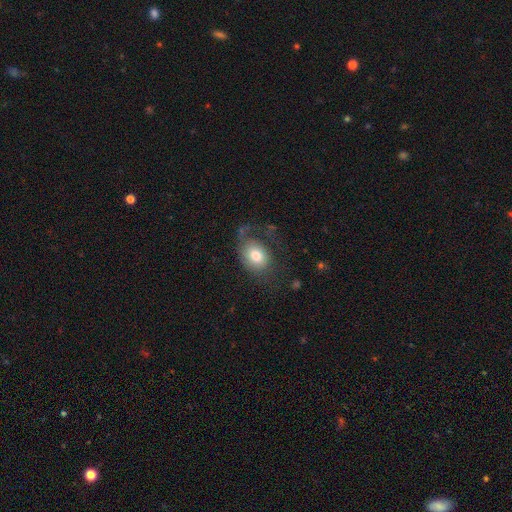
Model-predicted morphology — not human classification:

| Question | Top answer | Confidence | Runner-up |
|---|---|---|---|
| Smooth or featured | smooth | 71% | featured or disk (21%) |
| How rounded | in between | 62% | round (37%) |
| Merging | none | 48% | major disturbance (28%) |